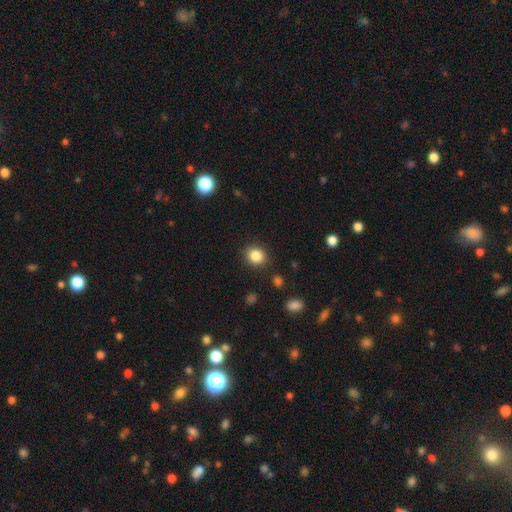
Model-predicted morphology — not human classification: smooth_or_featured: smooth (p=0.85) [alt: star or artifact p=0.10]
how_rounded: round (p=0.78) [alt: in between p=0.21]
merging: none (p=0.88) [alt: minor disturbance p=0.08]